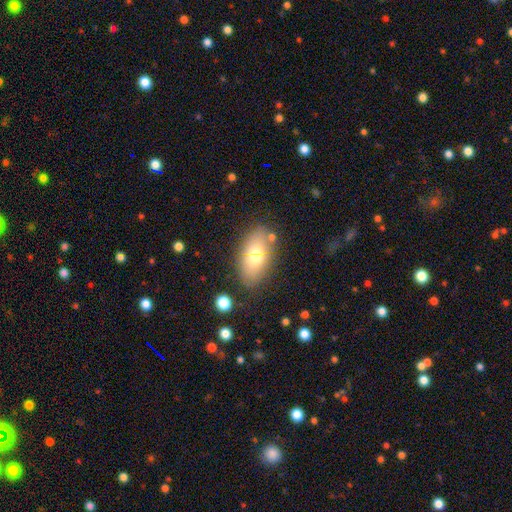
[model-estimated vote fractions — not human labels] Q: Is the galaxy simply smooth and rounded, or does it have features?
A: smooth — 69%.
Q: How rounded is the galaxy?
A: in between — 89%.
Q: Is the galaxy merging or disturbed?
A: none — 75%.